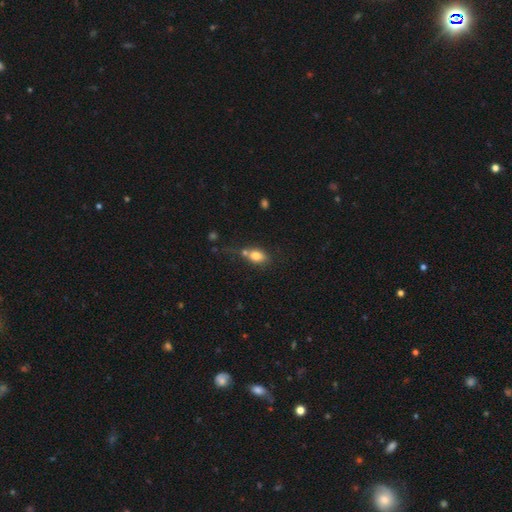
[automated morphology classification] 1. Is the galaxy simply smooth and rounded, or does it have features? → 78% smooth, 12% featured or disk, 9% star or artifact.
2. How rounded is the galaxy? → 72% in between, 25% round, 3% cigar-shaped.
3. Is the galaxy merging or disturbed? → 41% none, 31% merger, 18% minor disturbance, 9% major disturbance.